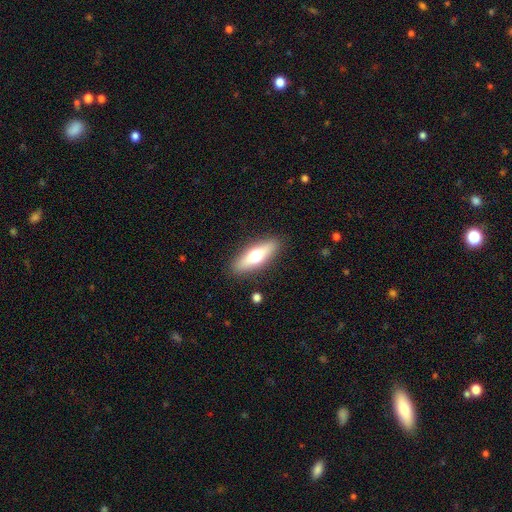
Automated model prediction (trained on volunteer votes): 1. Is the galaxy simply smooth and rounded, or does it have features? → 55% smooth, 39% featured or disk, 6% star or artifact.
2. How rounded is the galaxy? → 50% cigar-shaped, 47% in between, 3% round.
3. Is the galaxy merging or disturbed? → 88% none, 8% minor disturbance, 2% major disturbance, 1% merger.